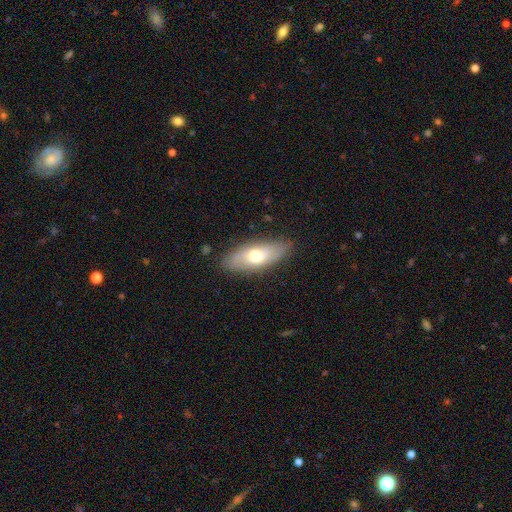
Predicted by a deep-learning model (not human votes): This is likely a smooth galaxy (61%). How rounded: likely in between (72%). Merging: clearly none (83%).